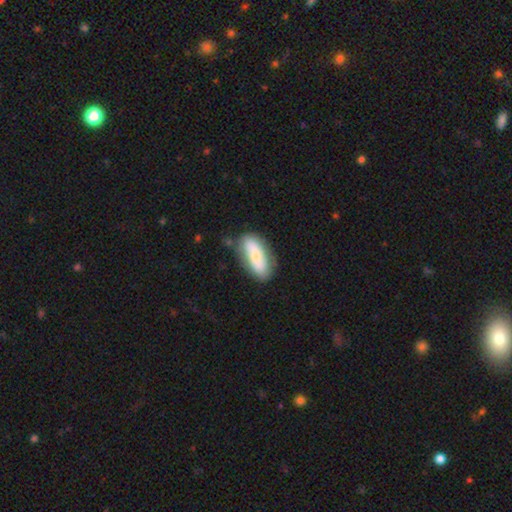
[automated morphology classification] Q: Smooth or featured?
A: smooth (71%); runner-up: featured or disk (23%)
Q: How rounded?
A: in between (71%); runner-up: cigar-shaped (27%)
Q: Merging?
A: none (70%); runner-up: minor disturbance (20%)